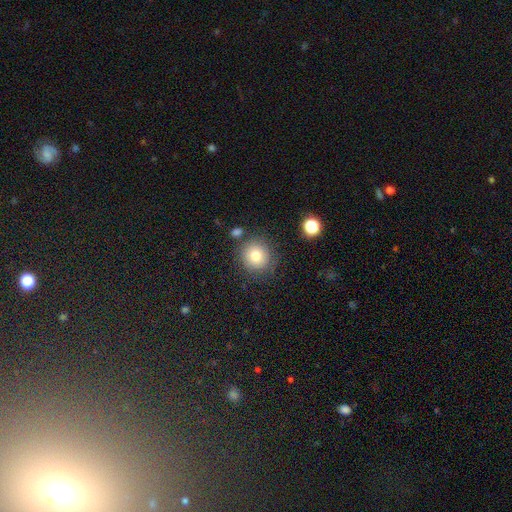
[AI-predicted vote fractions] Smooth or featured: smooth — 79% (star or artifact — 11%)
How rounded: round — 91% (in between — 8%)
Merging: none — 81% (minor disturbance — 10%)